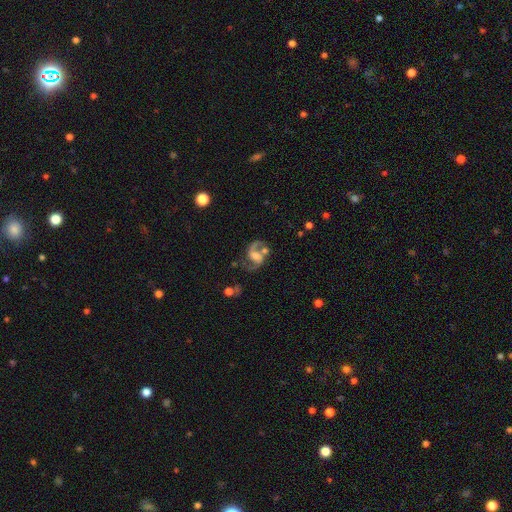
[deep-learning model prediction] featured or disk 86%, smooth 7%, star or artifact 7%. Down the decision tree: edge-on disk — no (98%); bar — weak (44%); spiral arms — yes (96%); spiral arm count — 2 (90%); spiral winding — loose (48%); bulge size — moderate (44%); merging — none (54%).